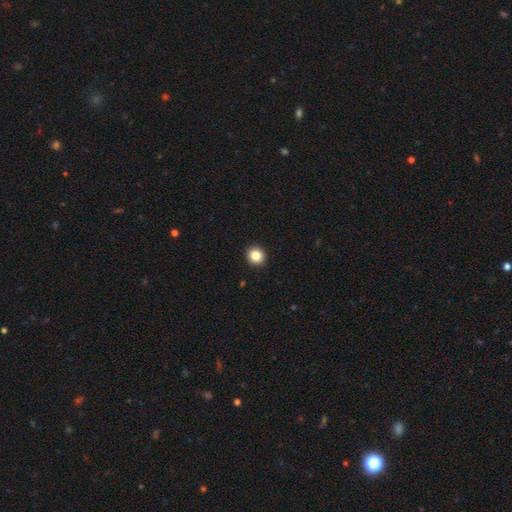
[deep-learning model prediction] A smooth galaxy with no disk features (85%) that is round (90%).

Vote fractions:
- Smooth or featured? smooth: 85% / star or artifact: 10% / featured or disk: 5%
- How rounded? round: 90% / in between: 9% / cigar-shaped: 1%
- Merging? none: 93% / minor disturbance: 4% / major disturbance: 1% / merger: 1%